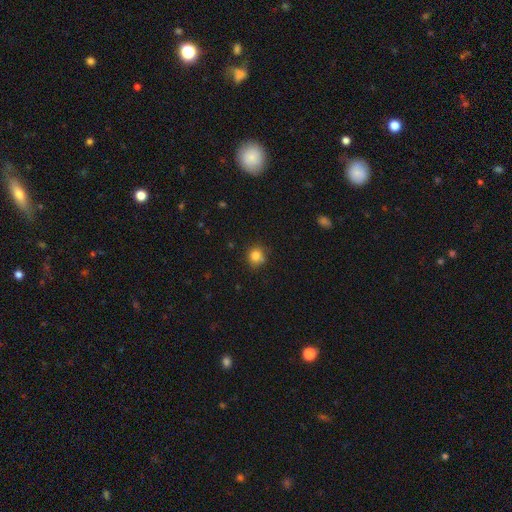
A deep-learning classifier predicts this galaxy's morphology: Q: Smooth or featured?
A: smooth (81%); runner-up: star or artifact (12%)
Q: How rounded?
A: round (82%); runner-up: in between (17%)
Q: Merging?
A: none (72%); runner-up: minor disturbance (16%)